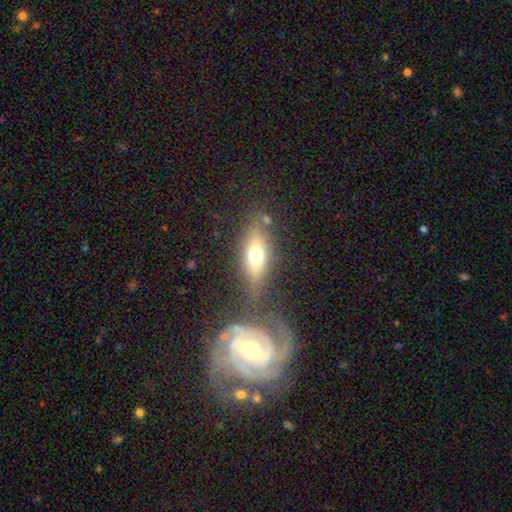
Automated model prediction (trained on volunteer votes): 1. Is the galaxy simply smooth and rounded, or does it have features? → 58% smooth, 31% featured or disk, 11% star or artifact.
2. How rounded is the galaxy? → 62% in between, 31% cigar-shaped, 7% round.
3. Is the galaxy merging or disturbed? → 71% none, 14% minor disturbance, 8% merger, 7% major disturbance.